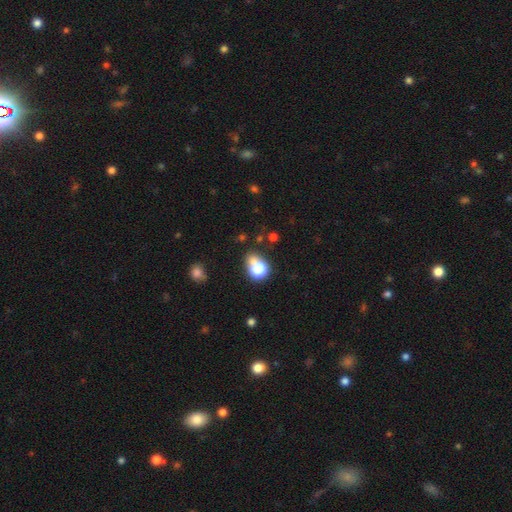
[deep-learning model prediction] Smooth or featured?
  - smooth: 56% *
  - star or artifact: 35%
  - featured or disk: 9%
How rounded?
  - round: 58% *
  - in between: 39%
  - cigar-shaped: 3%
Merging?
  - none: 79% *
  - minor disturbance: 10%
  - merger: 6%
  - major disturbance: 5%